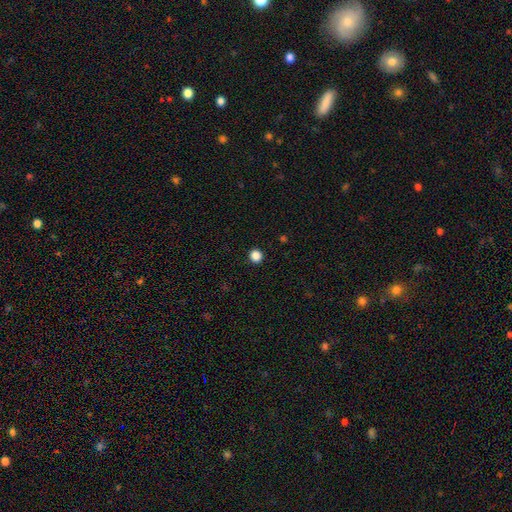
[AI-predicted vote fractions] A smooth galaxy with no disk features (87%) that is round (89%). Merging: none (93%).